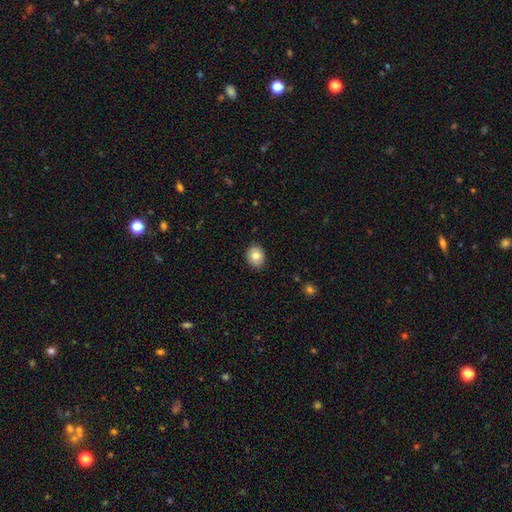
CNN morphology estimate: Smooth or featured?
  - smooth: 83% *
  - featured or disk: 9%
  - star or artifact: 8%
How rounded?
  - round: 53% *
  - in between: 46%
  - cigar-shaped: 1%
Merging?
  - none: 87% *
  - minor disturbance: 10%
  - major disturbance: 2%
  - merger: 1%